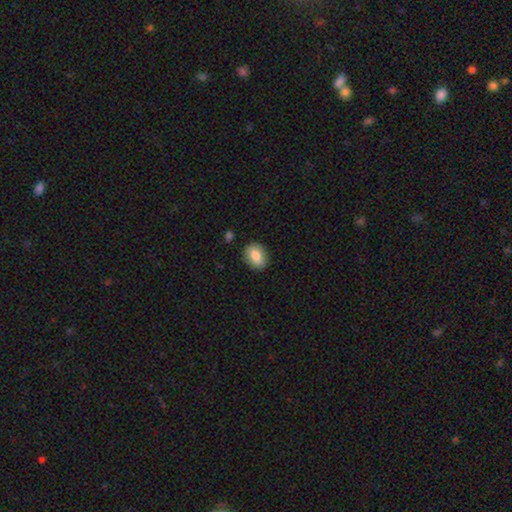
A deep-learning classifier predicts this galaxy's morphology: This appears to be a smooth galaxy with no disk features (81%) that is in between round and cigar-shaped (63%). Merging: none (87%).